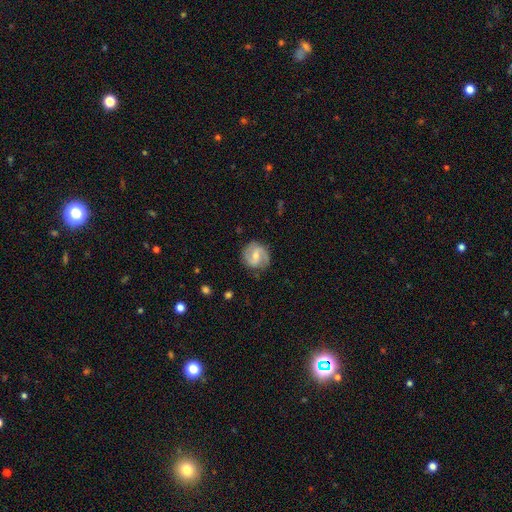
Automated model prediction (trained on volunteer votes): The model was most divided on "bulge size": moderate: 51%, small: 43%, none: 3%, large: 2%, dominant: 1%. Remaining: edge-on disk — no (97%); spiral arms — yes (90%); spiral arm count — 2 (88%); merging — none (81%); smooth or featured — featured or disk (71%); bar — weak (51%); spiral winding — medium (47%).